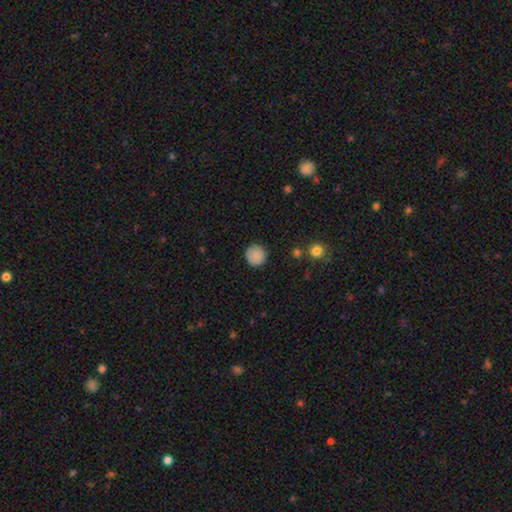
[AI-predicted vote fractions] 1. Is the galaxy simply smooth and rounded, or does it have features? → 86% smooth, 8% star or artifact, 6% featured or disk.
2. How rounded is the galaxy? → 94% round, 5% in between, 1% cigar-shaped.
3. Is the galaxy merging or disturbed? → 88% none, 9% minor disturbance, 2% major disturbance, 1% merger.